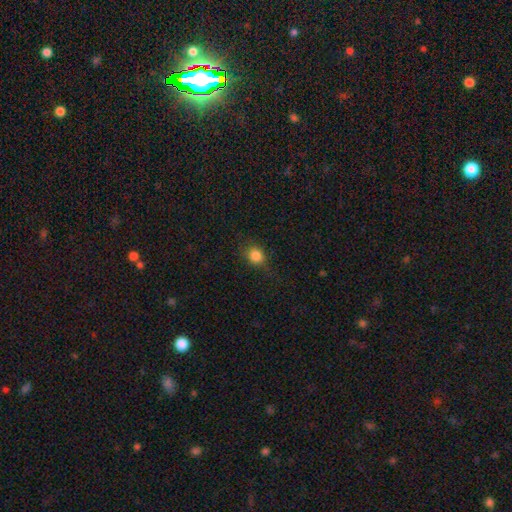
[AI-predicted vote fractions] The model was most divided on "how rounded": round: 72%, in between: 26%, cigar-shaped: 1%. More confident: smooth or featured — smooth (83%); merging — none (77%).